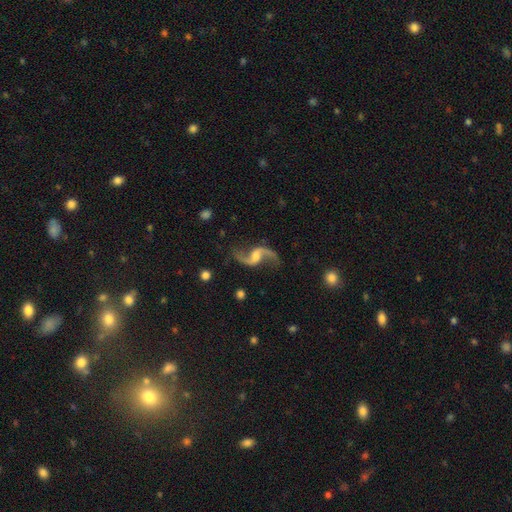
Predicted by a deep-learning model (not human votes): Smooth or featured? Predicted: featured or disk (p=0.92). Edge-on disk? Predicted: no (p=0.97). Bar? Predicted: no (p=0.43). Spiral arms? Predicted: yes (p=0.98). Spiral winding? Predicted: loose (p=0.86). Spiral arm count? Predicted: 2 (p=0.95). Bulge size? Predicted: moderate (p=0.44). Merging? Predicted: none (p=0.81).